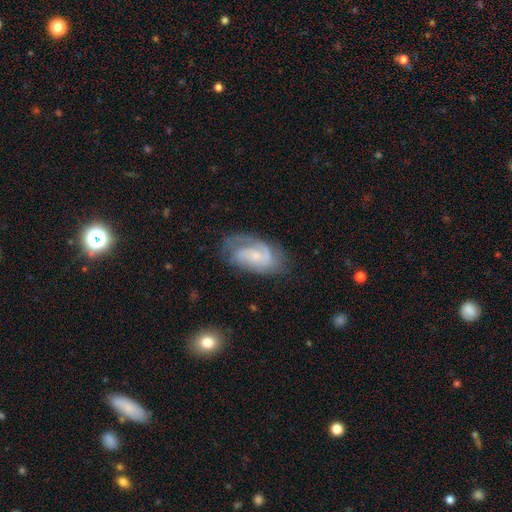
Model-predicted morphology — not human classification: featured or disk 78%, smooth 15%, star or artifact 7%. Down the decision tree: edge-on disk — no (96%); bar — no (56%); spiral arms — yes (94%); spiral arm count — 2 (56%); spiral winding — tight (45%); bulge size — small (66%); merging — none (67%).